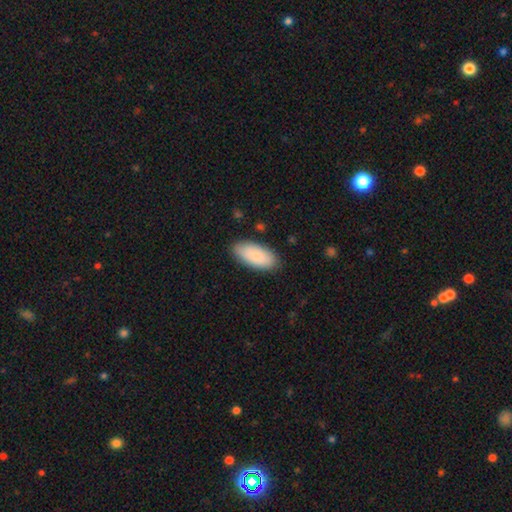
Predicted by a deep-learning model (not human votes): Overall: smooth (86%). How rounded: in between (91%). Merging: none (85%).